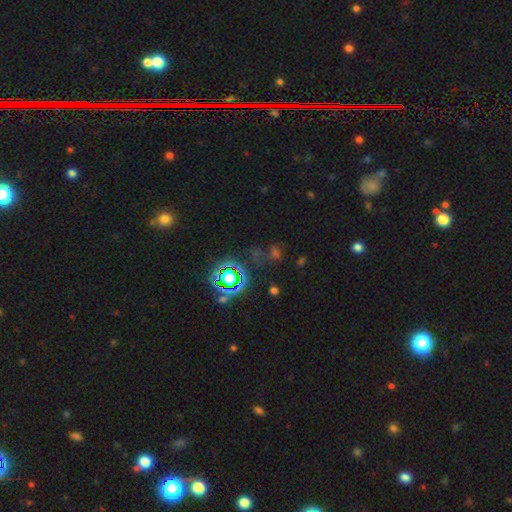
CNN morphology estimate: This is likely a star or artifact rather than a galaxy (72%).